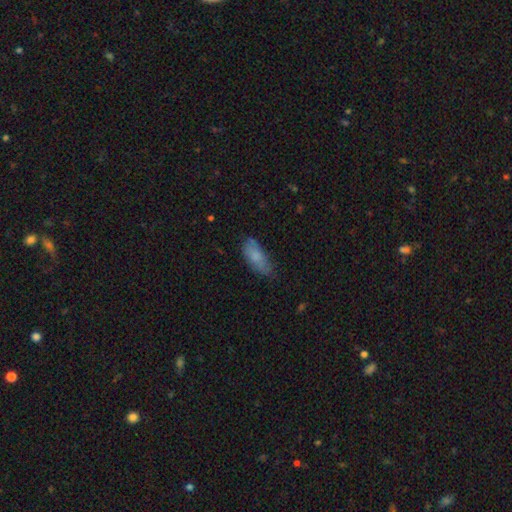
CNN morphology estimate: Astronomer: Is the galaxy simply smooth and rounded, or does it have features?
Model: smooth — 80%.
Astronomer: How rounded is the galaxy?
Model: in between — 80%.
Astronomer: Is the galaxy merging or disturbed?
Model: none — 64%.